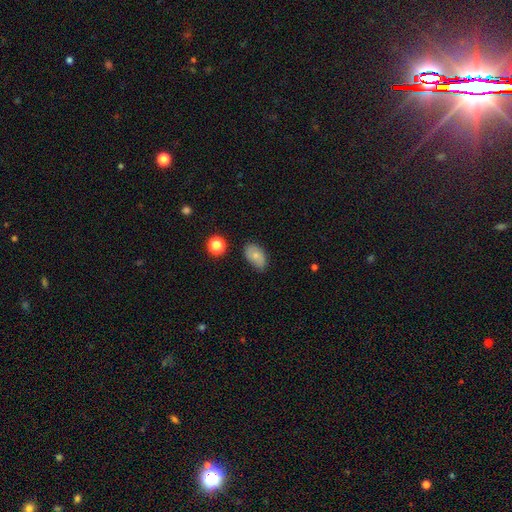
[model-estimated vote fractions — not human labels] Smooth or featured: smooth — 74% (featured or disk — 17%)
How rounded: in between — 89% (round — 9%)
Merging: none — 70% (minor disturbance — 23%)